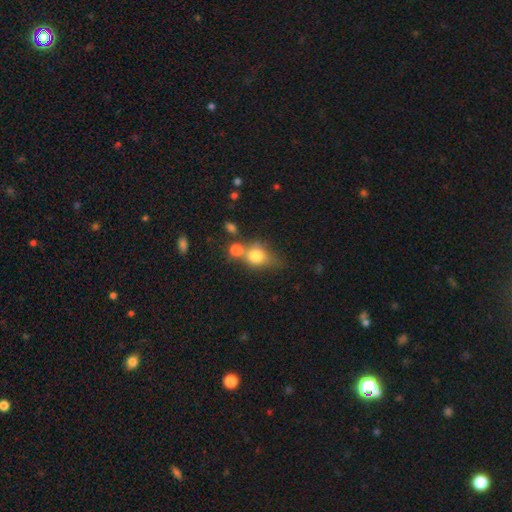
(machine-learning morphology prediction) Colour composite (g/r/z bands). It shows a smooth galaxy with no disk features (74%) that is round (62%). Merging: merger (43%).